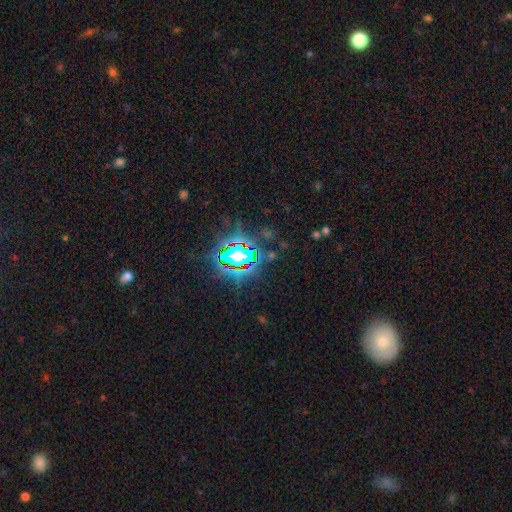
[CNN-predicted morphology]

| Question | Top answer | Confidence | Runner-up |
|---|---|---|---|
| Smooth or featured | star or artifact | 80% | smooth (10%) |